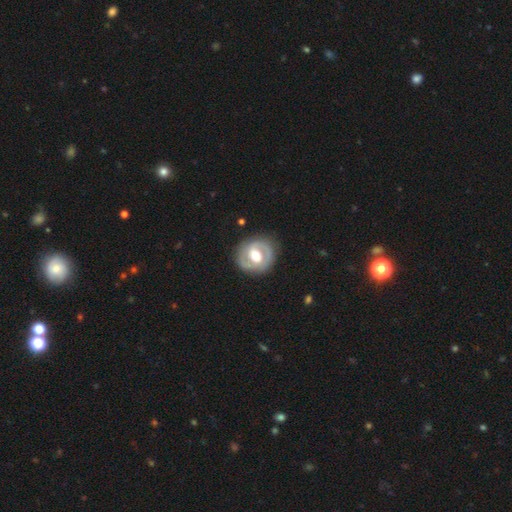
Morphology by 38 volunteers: Q: Smooth or featured?
A: featured or disk (71%); runner-up: smooth (24%)
Q: Edge-on disk?
A: no (96%); runner-up: yes (4%)
Q: Bar?
A: weak (42%); runner-up: strong (31%)
Q: Spiral arms?
A: yes (81%); runner-up: no (19%)
Q: Spiral winding?
A: tight (71%); runner-up: medium (24%)
Q: Spiral arm count?
A: 2 (62%); runner-up: can't tell (19%)
Q: Bulge size?
A: moderate (69%); runner-up: large (23%)
Q: Merging?
A: none (69%); runner-up: minor disturbance (28%)